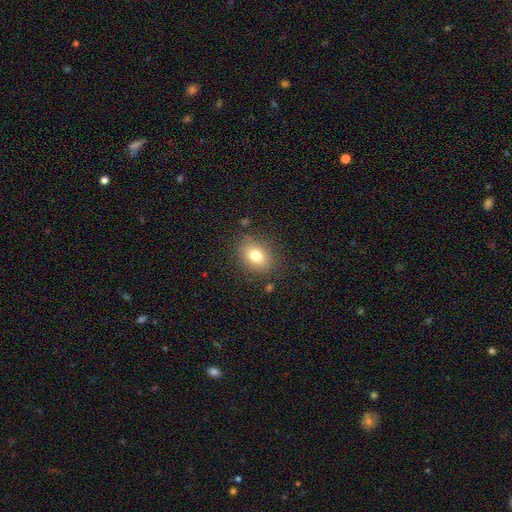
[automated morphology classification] A smooth galaxy with no disk features (77%) that is in between round and cigar-shaped (62%). Merging: none (83%).